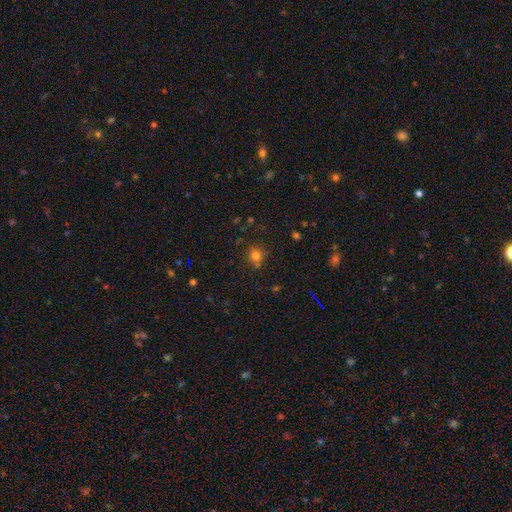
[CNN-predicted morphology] Smooth or featured? smooth (71%)
How rounded? round (84%)
Merging? none (73%)